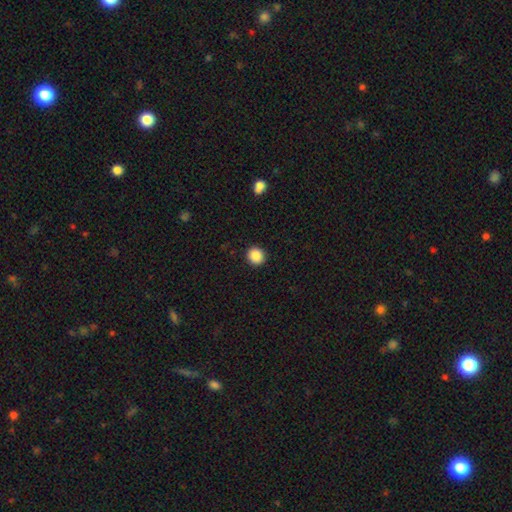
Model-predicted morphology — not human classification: Q: Smooth or featured?
A: smooth (88%); runner-up: star or artifact (9%)
Q: How rounded?
A: round (91%); runner-up: in between (8%)
Q: Merging?
A: none (93%); runner-up: minor disturbance (5%)